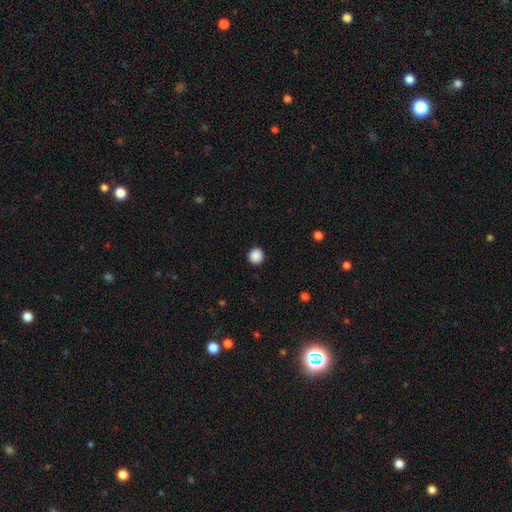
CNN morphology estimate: Smooth or featured? Predicted: smooth (p=0.89). How rounded? Predicted: round (p=0.93). Merging? Predicted: none (p=0.92).